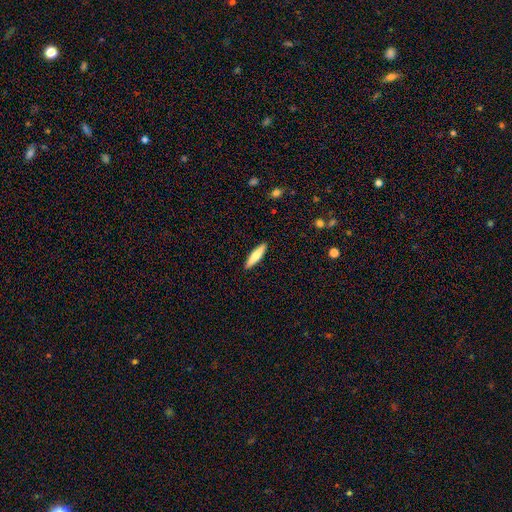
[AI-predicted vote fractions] Morphology: type=smooth (71%); roundness=cigar-shaped (81%); merging=none (91%).